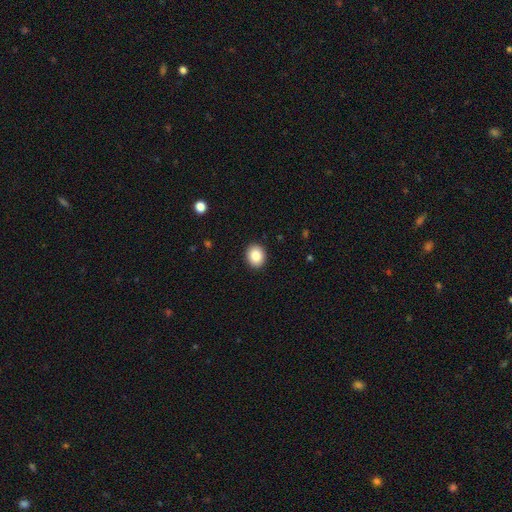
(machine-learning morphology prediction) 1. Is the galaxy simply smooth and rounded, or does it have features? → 87% smooth, 8% star or artifact, 5% featured or disk.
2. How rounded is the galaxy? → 62% round, 37% in between, 1% cigar-shaped.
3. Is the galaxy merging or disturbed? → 91% none, 6% minor disturbance, 2% major disturbance, 1% merger.